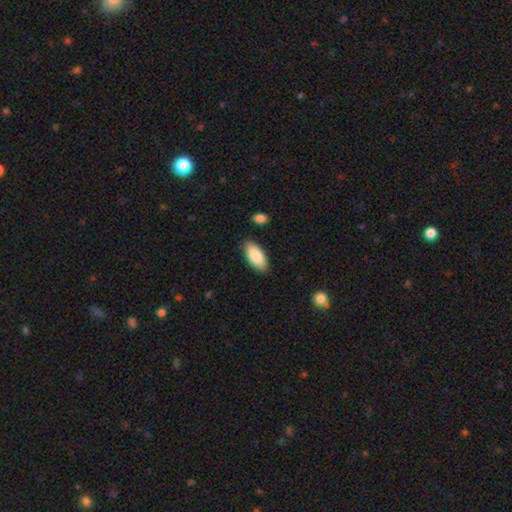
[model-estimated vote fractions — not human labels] Overall: smooth (87%). How rounded: in between (90%). Merging: none (86%).